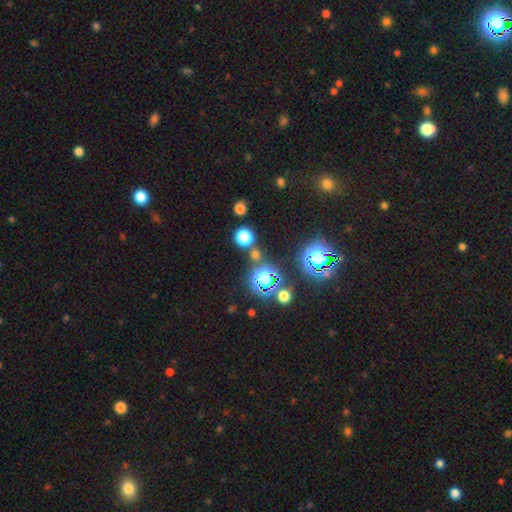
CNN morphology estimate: A star or artifact, not a galaxy (67%).

Vote fractions:
- Smooth or featured? star or artifact: 67% / smooth: 26% / featured or disk: 7%